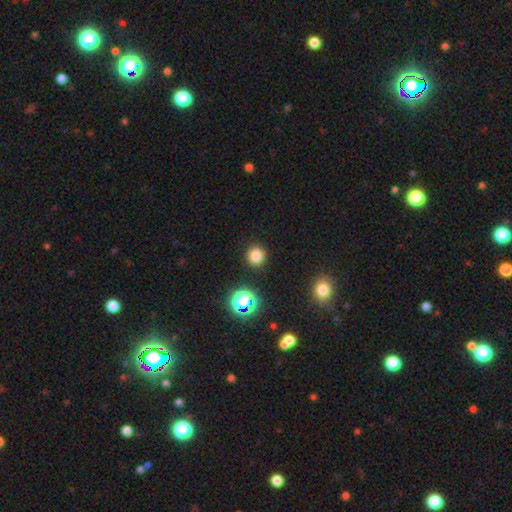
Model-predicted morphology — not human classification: This is likely a smooth galaxy (79%). How rounded: clearly round (89%). Merging: clearly none (90%).